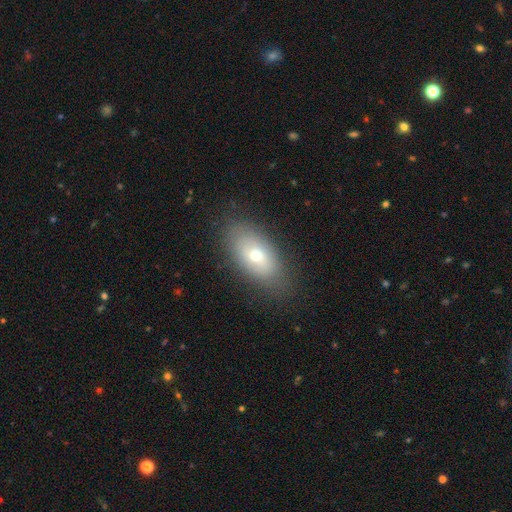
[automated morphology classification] Smooth or featured: smooth — 60% (featured or disk — 31%)
How rounded: in between — 90% (round — 6%)
Merging: none — 80% (minor disturbance — 14%)